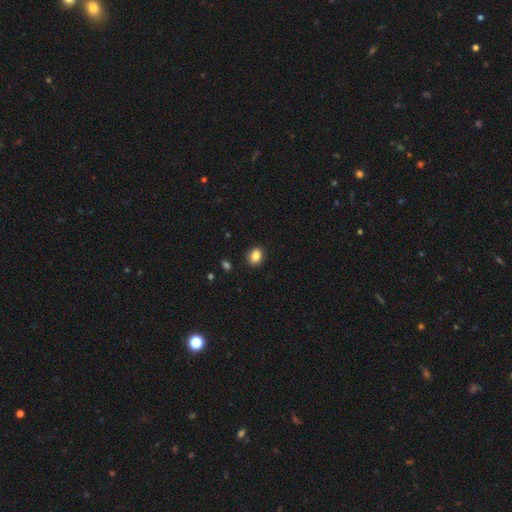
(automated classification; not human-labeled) A smooth galaxy with no disk features (85%) that is in between round and cigar-shaped (59%).

Vote fractions:
- Smooth or featured? smooth: 85% / star or artifact: 9% / featured or disk: 5%
- How rounded? in between: 59% / round: 40% / cigar-shaped: 1%
- Merging? none: 89% / minor disturbance: 8% / major disturbance: 2% / merger: 1%